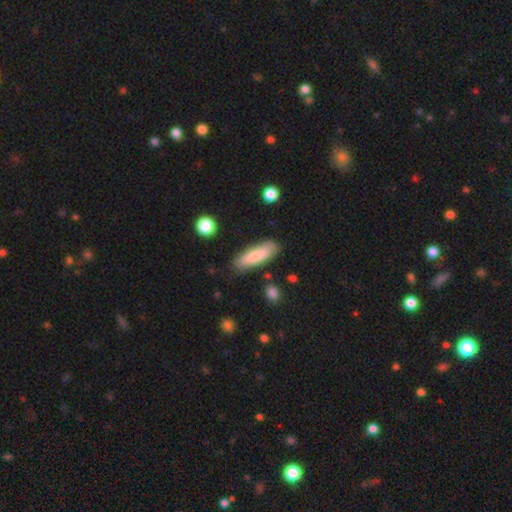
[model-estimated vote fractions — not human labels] smooth-or-featured: smooth: 80% | featured or disk: 14% | star or artifact: 6%
  how-rounded: cigar-shaped: 59% | in between: 39% | round: 2%
  merging: none: 82% | minor disturbance: 12% | merger: 3% | major disturbance: 3%